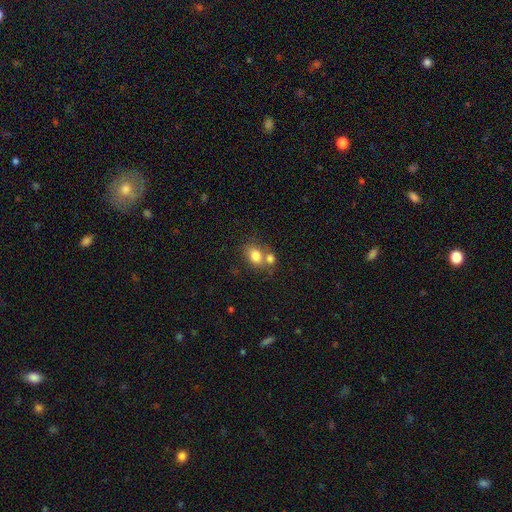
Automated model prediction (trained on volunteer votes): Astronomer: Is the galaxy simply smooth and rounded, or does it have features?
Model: smooth — 79%.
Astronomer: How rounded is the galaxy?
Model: in between — 58% (runner-up: round, 41%).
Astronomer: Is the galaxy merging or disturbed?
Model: none — 44% (runner-up: merger, 43%).